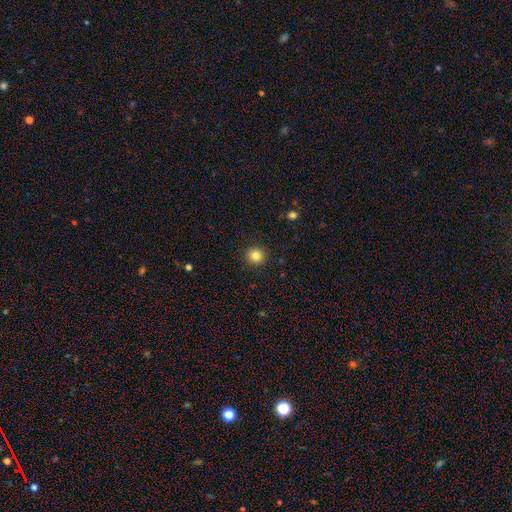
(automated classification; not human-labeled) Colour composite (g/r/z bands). It shows a smooth galaxy with no disk features (83%) that is round (94%). Merging: none (92%).